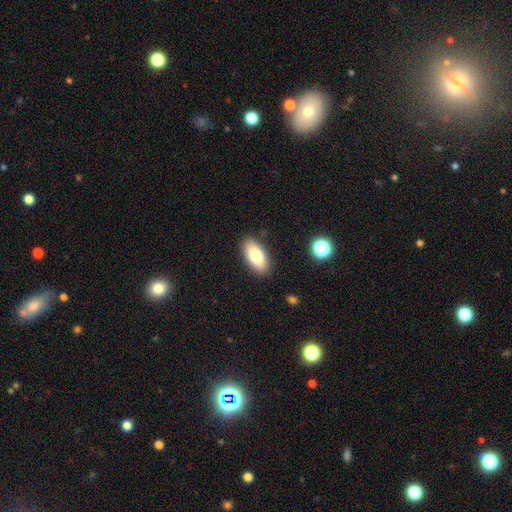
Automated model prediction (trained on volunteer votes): A smooth galaxy with no disk features (79%) that is in between round and cigar-shaped (91%).

Vote fractions:
- Smooth or featured? smooth: 79% / featured or disk: 14% / star or artifact: 8%
- How rounded? in between: 91% / cigar-shaped: 6% / round: 3%
- Merging? none: 88% / minor disturbance: 8% / major disturbance: 2% / merger: 1%